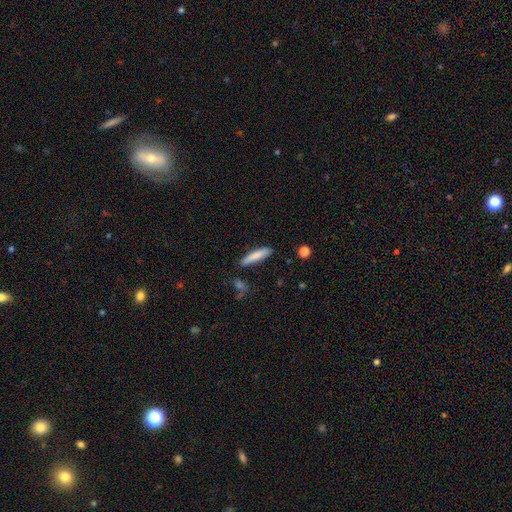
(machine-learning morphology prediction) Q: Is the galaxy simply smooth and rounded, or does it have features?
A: smooth — 80%.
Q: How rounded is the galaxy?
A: cigar-shaped — 83%.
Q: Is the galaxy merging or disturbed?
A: none — 82%.